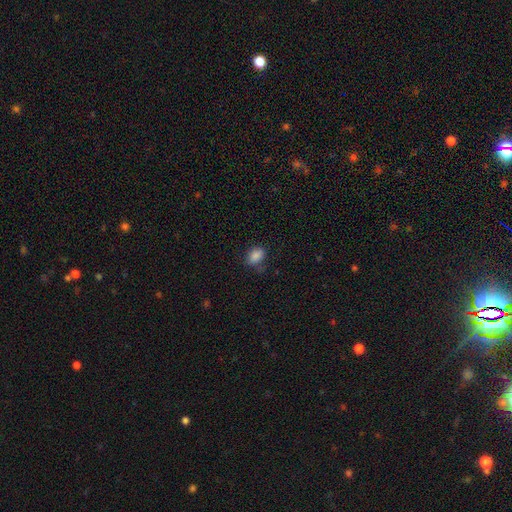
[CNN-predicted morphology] This appears to be a smooth galaxy with no disk features (86%) that is in between round and cigar-shaped (73%). Merging: none (70%).